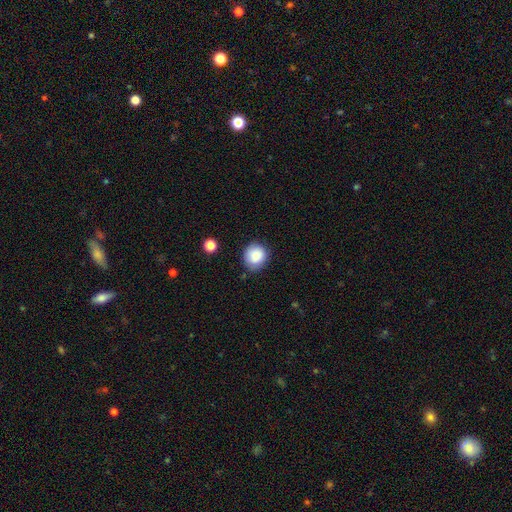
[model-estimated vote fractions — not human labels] The model was most divided on "merging": none: 80%, minor disturbance: 15%, major disturbance: 3%, merger: 2%. More confident: how rounded — round (87%); smooth or featured — smooth (85%).